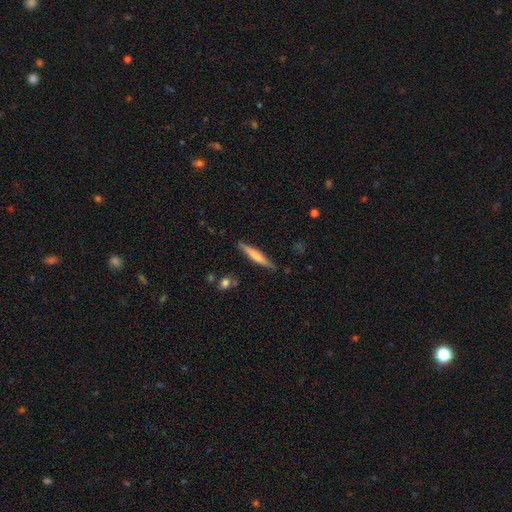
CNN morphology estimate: A smooth galaxy with no disk features (60%) that is cigar-shaped (91%). Merging: none (84%).